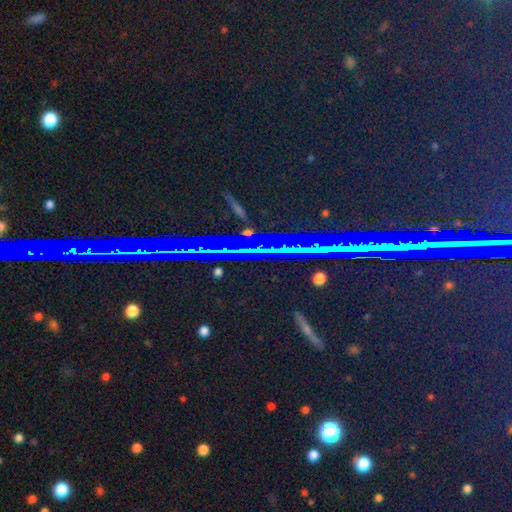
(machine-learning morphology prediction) Smooth or featured?
  - star or artifact: 86% *
  - featured or disk: 7%
  - smooth: 6%